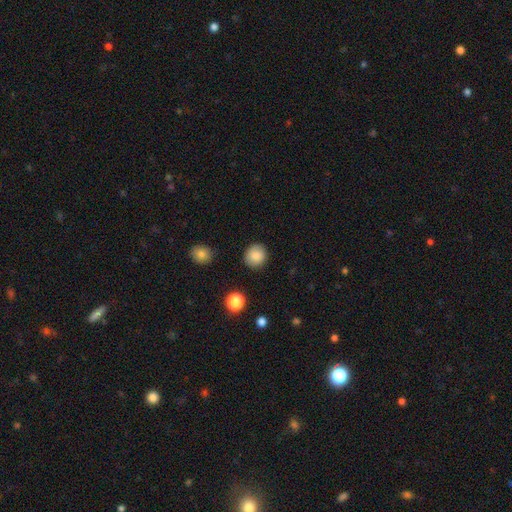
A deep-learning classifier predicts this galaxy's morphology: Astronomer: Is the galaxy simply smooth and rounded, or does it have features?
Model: smooth — 87%.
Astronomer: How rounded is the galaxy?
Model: round — 88%.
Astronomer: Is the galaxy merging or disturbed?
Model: none — 89%.